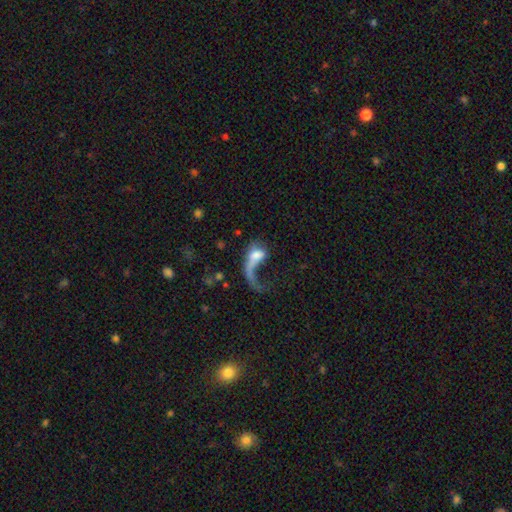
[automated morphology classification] Overall: featured or disk (47%; smooth 43%). Merging: major disturbance (67%).